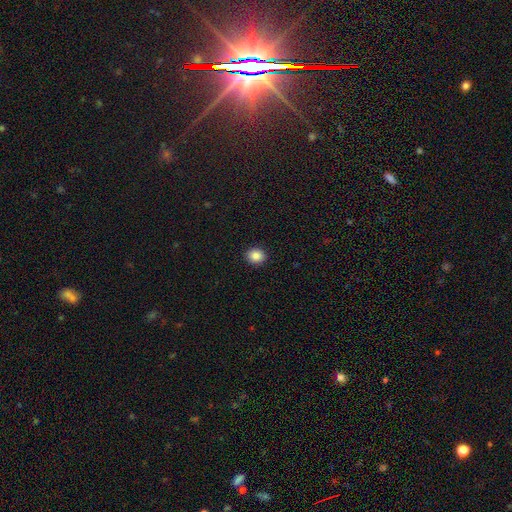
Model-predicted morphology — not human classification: smooth 87%, star or artifact 9%, featured or disk 4%. Down the decision tree: how rounded — round (72%); merging — none (92%).